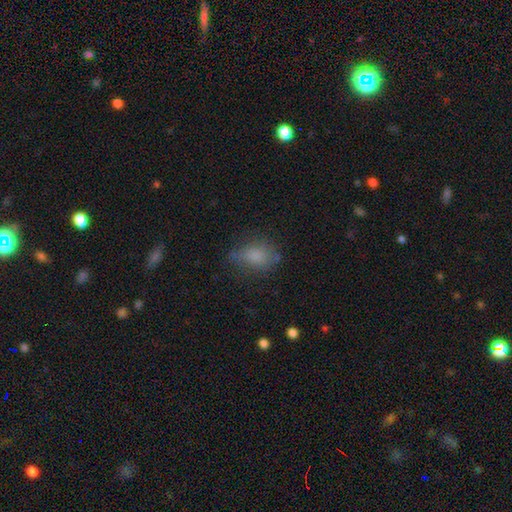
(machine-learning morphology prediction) smooth-or-featured: smooth: 76% | featured or disk: 12% | star or artifact: 12%
  how-rounded: in between: 73% | round: 23% | cigar-shaped: 4%
  merging: none: 58% | minor disturbance: 28% | major disturbance: 12% | merger: 2%